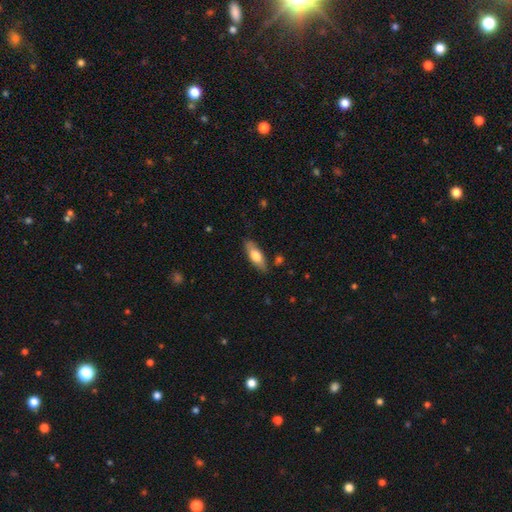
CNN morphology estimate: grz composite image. It shows a smooth galaxy with no disk features (67%) that is in between round and cigar-shaped (62%). Merging: none (82%).